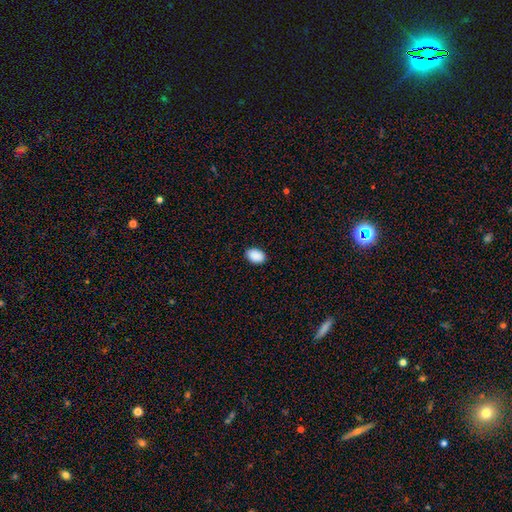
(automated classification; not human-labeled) The model was most divided on "how rounded": in between: 85%, round: 14%, cigar-shaped: 1%. More confident: smooth or featured — smooth (91%); merging — none (89%).